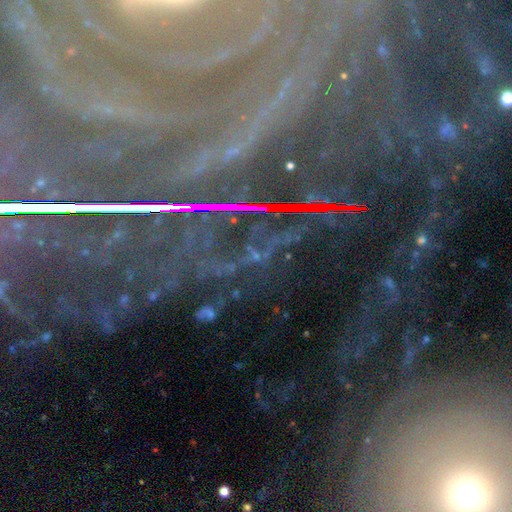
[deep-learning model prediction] This appears to be a star or artifact, not a galaxy (71%).